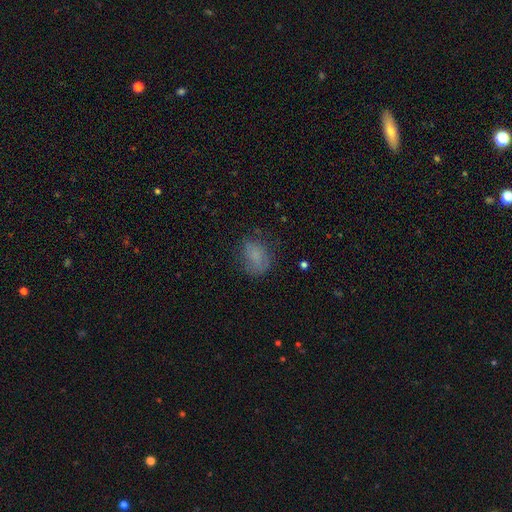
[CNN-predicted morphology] type=smooth (75%); roundness=in between (62%); merging=none (63%).